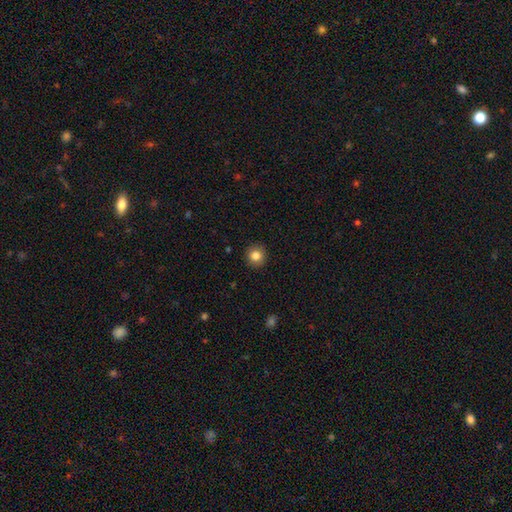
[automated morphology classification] Overall: smooth (83%). How rounded: round (93%). Merging: none (92%).